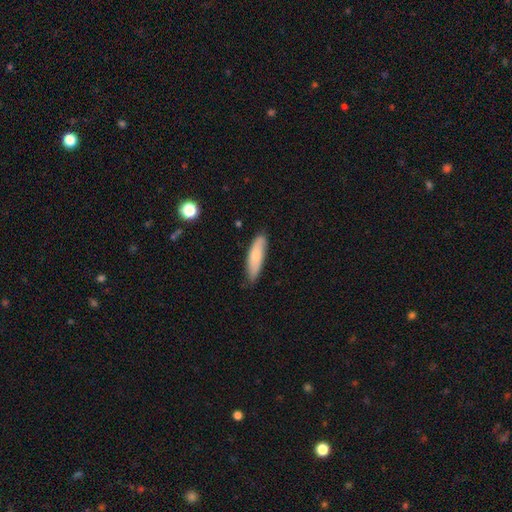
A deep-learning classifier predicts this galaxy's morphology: smooth_or_featured: smooth (p=0.73) [alt: featured or disk p=0.21]
how_rounded: cigar-shaped (p=0.62) [alt: in between p=0.36]
merging: none (p=0.76) [alt: minor disturbance p=0.20]